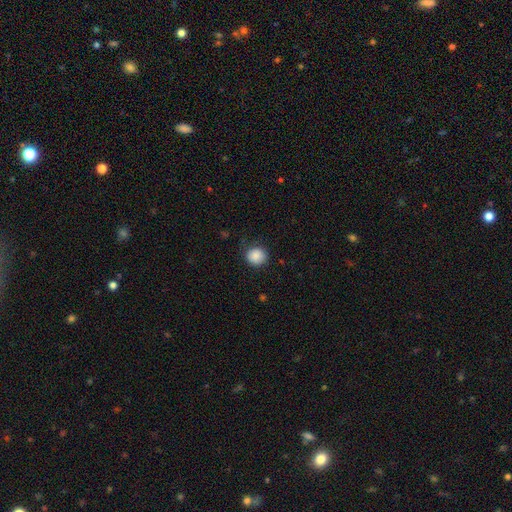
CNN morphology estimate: smooth 87%, star or artifact 8%, featured or disk 4%. Down the decision tree: how rounded — round (87%); merging — none (80%).